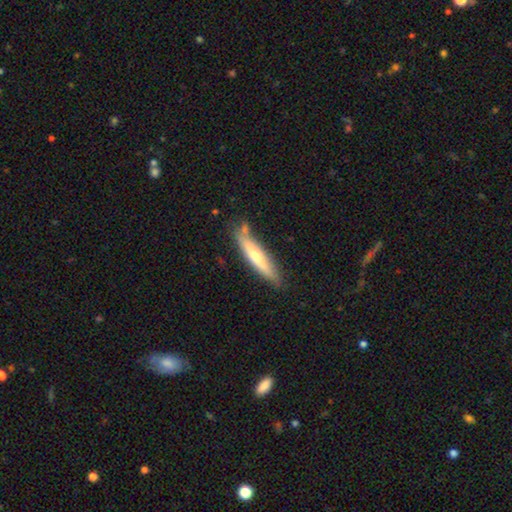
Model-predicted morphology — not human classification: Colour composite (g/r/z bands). It shows a featured or disk galaxy (49%). Merging: none (79%).